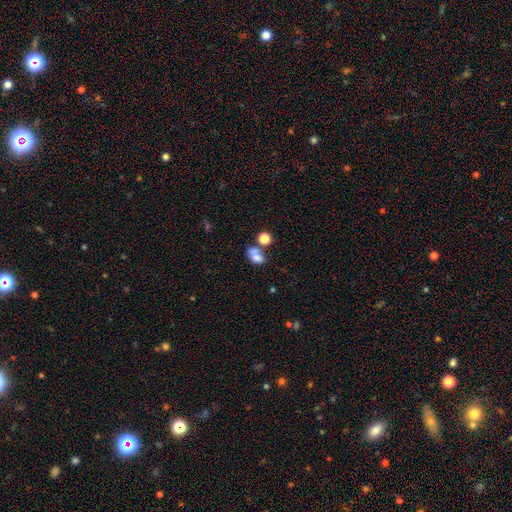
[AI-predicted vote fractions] A smooth galaxy with no disk features (68%) that is in between round and cigar-shaped (73%). Merging: merger (50%).